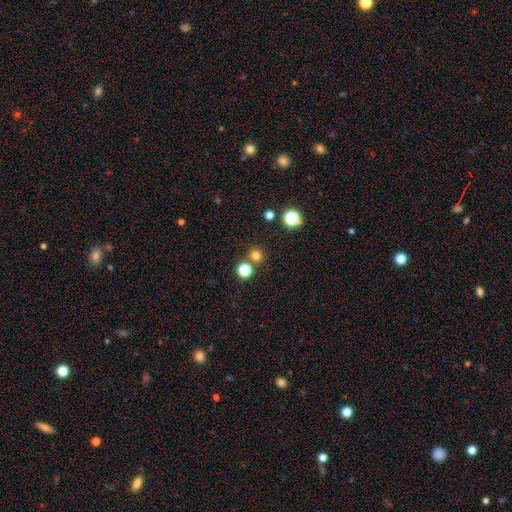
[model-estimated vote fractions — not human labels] smooth-or-featured: smooth: 75% | star or artifact: 20% | featured or disk: 6%
  how-rounded: round: 92% | in between: 7% | cigar-shaped: 1%
  merging: none: 79% | merger: 13% | minor disturbance: 6% | major disturbance: 2%